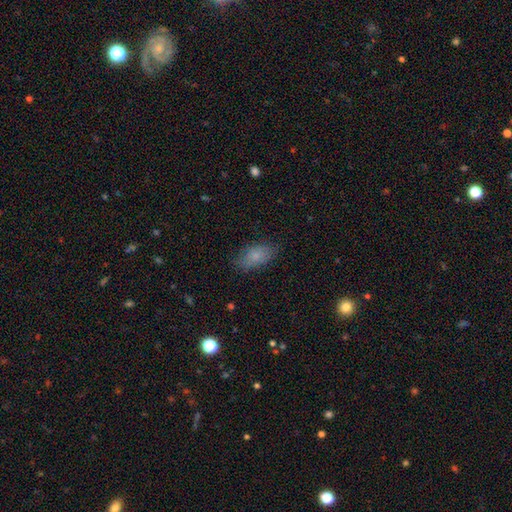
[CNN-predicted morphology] Smooth or featured? Predicted: smooth (p=0.77). How rounded? Predicted: in between (p=0.90). Merging? Predicted: none (p=0.77).